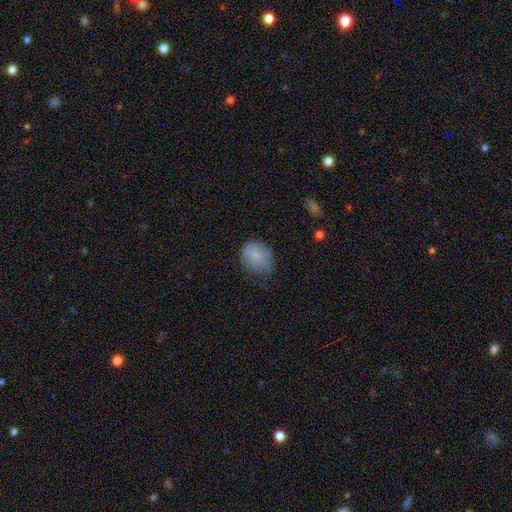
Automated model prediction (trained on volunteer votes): Q: Smooth or featured?
A: smooth (79%); runner-up: featured or disk (13%)
Q: How rounded?
A: round (54%); runner-up: in between (45%)
Q: Merging?
A: none (50%); runner-up: minor disturbance (37%)